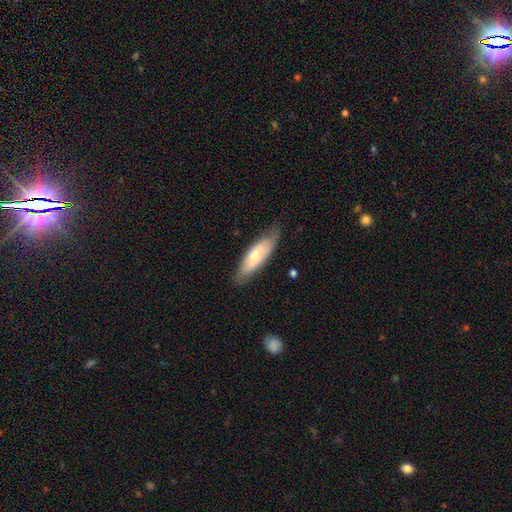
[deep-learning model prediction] Smooth or featured? smooth (66%)
How rounded? in between (50%)
Merging? none (74%)